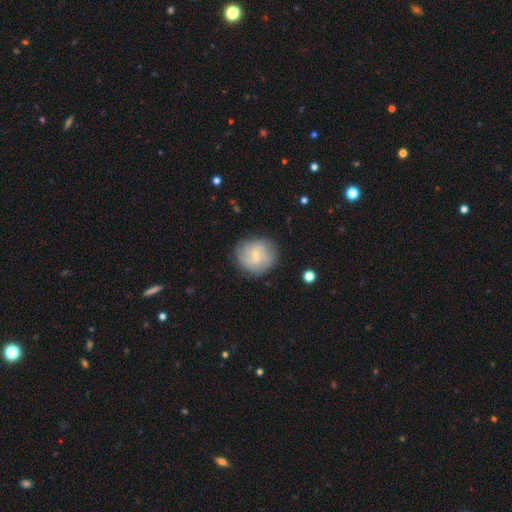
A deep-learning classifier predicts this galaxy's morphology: Smooth or featured: featured or disk — 63% (smooth — 30%)
Edge-on disk: no — 98% (yes — 2%)
Bar: weak — 57% (no — 34%)
Spiral arms: yes — 88% (no — 12%)
Spiral winding: tight — 42% (medium — 41%)
Spiral arm count: can't tell — 35% (2 — 30%)
Bulge size: small — 67% (moderate — 27%)
Merging: none — 78% (minor disturbance — 15%)